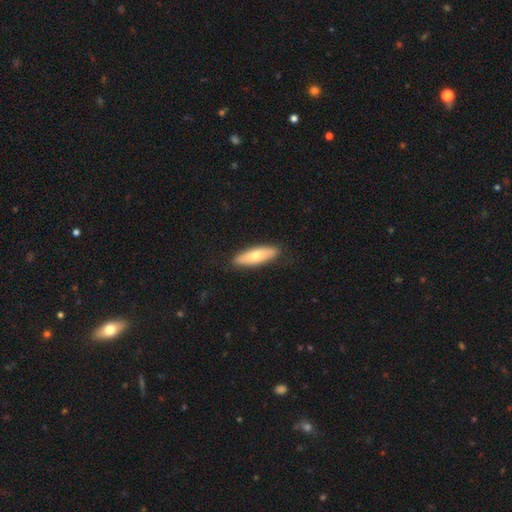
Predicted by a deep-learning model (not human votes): A smooth galaxy with no disk features (64%) that is cigar-shaped (49%, tied with in between). Merging: none (87%).